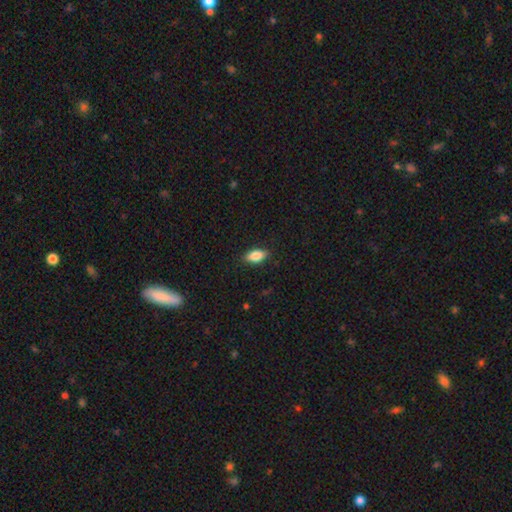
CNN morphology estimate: A smooth galaxy with no disk features (82%) that is in between round and cigar-shaped (87%). Merging: none (86%).